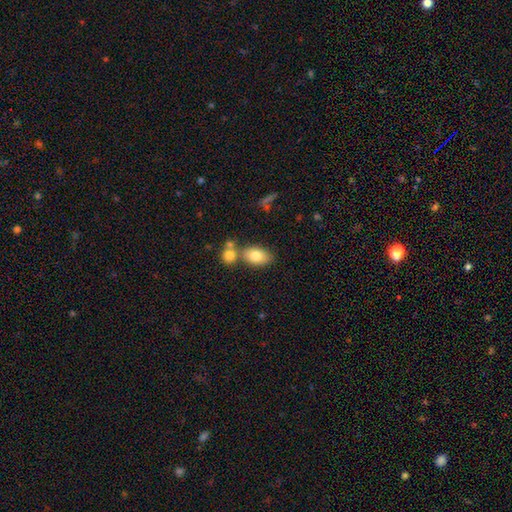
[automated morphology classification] type=smooth (80%); roundness=in between (88%); merging=none (58%).